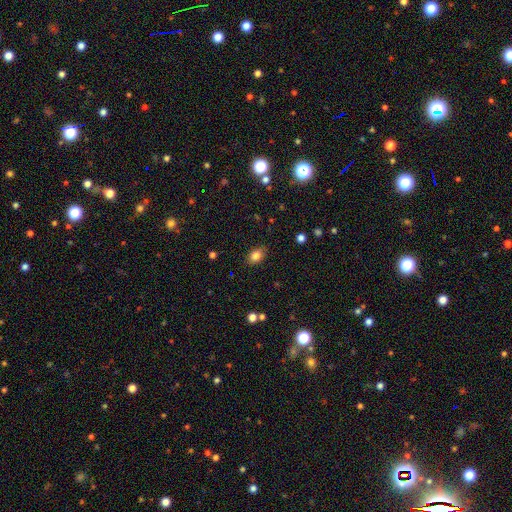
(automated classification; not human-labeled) Smooth or featured? Predicted: smooth (p=0.84). How rounded? Predicted: in between (p=0.78). Merging? Predicted: none (p=0.84).